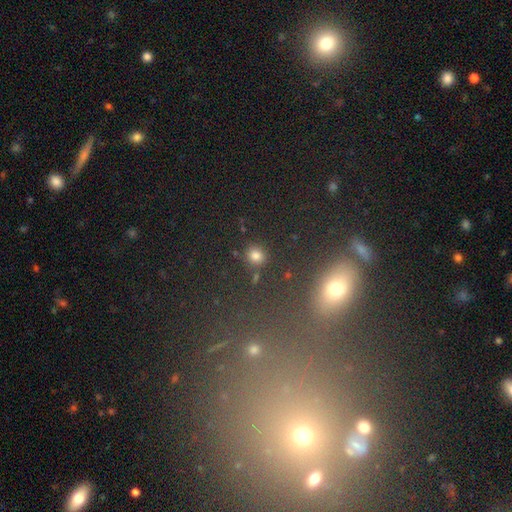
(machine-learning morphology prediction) Smooth or featured? smooth (77%)
How rounded? round (84%)
Merging? none (83%)